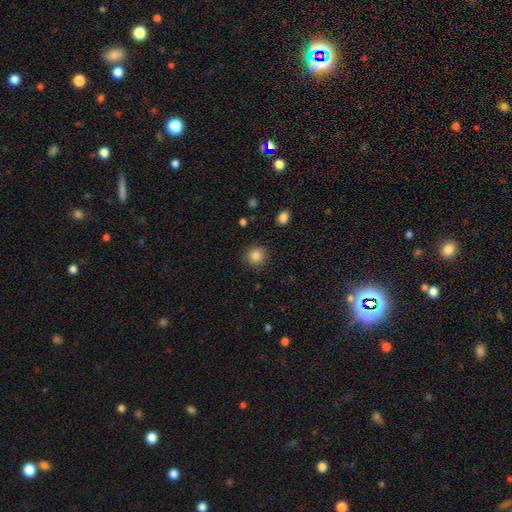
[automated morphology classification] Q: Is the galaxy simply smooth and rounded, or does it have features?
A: smooth — 86%.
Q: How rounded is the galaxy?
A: round — 92%.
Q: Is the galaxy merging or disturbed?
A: none — 90%.